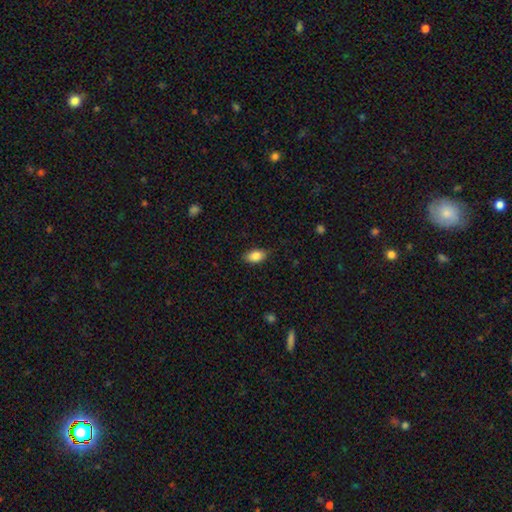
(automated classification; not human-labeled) This appears to be a smooth galaxy with no disk features (84%) that is in between round and cigar-shaped (89%). Merging: none (81%).